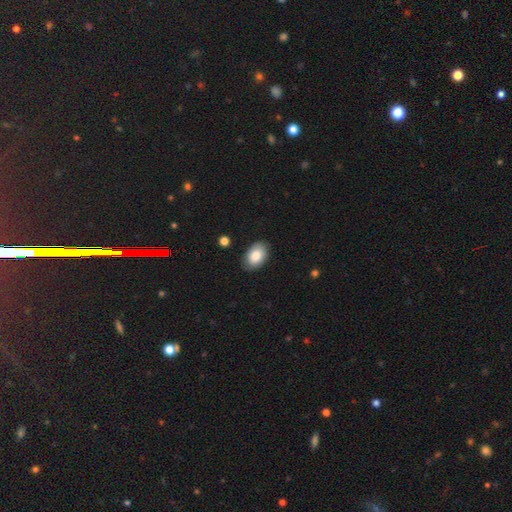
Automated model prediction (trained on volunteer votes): smooth-or-featured: smooth: 83% | featured or disk: 10% | star or artifact: 7%
  how-rounded: in between: 90% | round: 9% | cigar-shaped: 1%
  merging: none: 85% | minor disturbance: 11% | major disturbance: 2% | merger: 1%